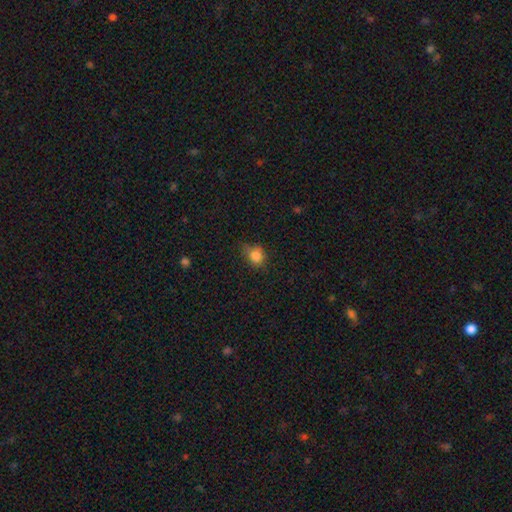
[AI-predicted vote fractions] smooth-or-featured: smooth: 83% | star or artifact: 11% | featured or disk: 6%
  how-rounded: round: 68% | in between: 31% | cigar-shaped: 1%
  merging: none: 64% | minor disturbance: 28% | major disturbance: 6% | merger: 2%